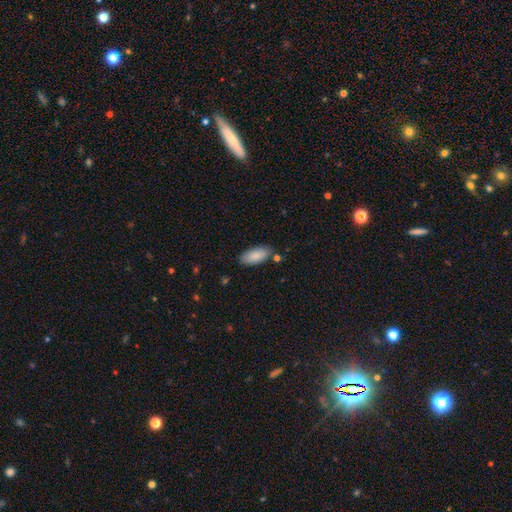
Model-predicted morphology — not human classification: Smooth or featured? smooth (87%)
How rounded? in between (88%)
Merging? none (82%)